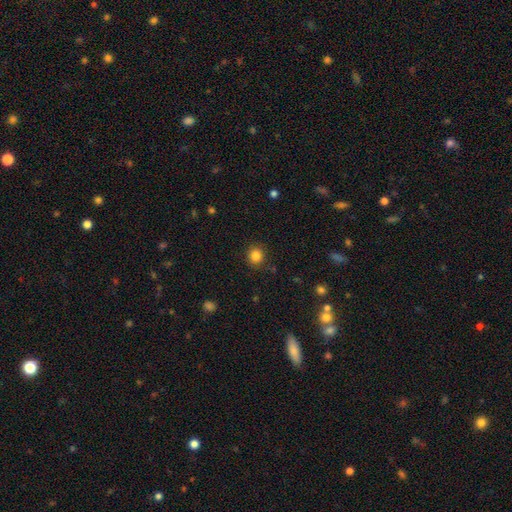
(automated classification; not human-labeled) Smooth or featured?
  - smooth: 84% *
  - star or artifact: 11%
  - featured or disk: 5%
How rounded?
  - round: 86% *
  - in between: 13%
  - cigar-shaped: 1%
Merging?
  - none: 88% *
  - minor disturbance: 8%
  - major disturbance: 3%
  - merger: 1%